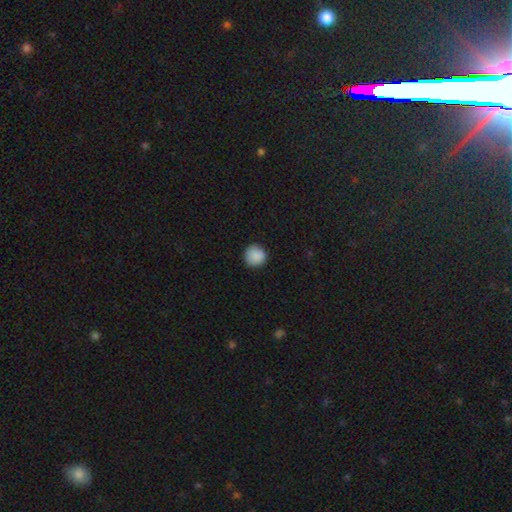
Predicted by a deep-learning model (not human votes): Overall: smooth (89%). How rounded: round (95%). Merging: none (90%).